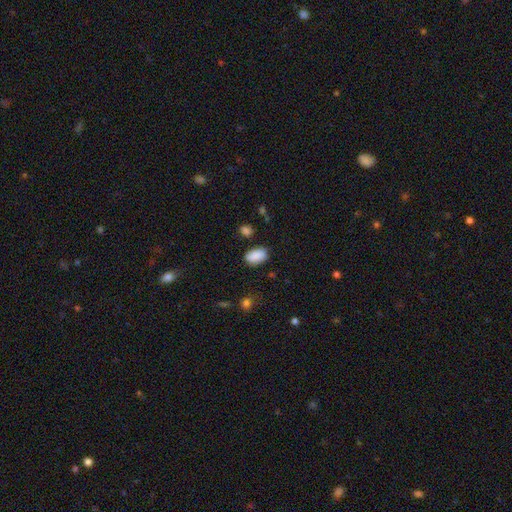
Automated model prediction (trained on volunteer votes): This is clearly a smooth galaxy (89%). How rounded: clearly in between (92%). Merging: likely none (80%).